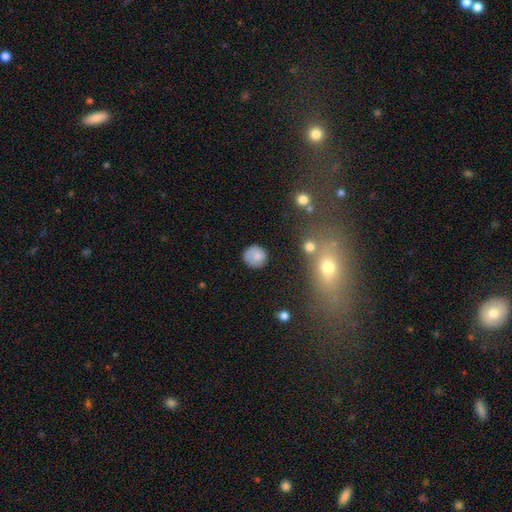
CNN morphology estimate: smooth_or_featured: smooth (p=0.76) [alt: featured or disk p=0.15]
how_rounded: round (p=0.87) [alt: in between p=0.11]
merging: none (p=0.74) [alt: minor disturbance p=0.17]